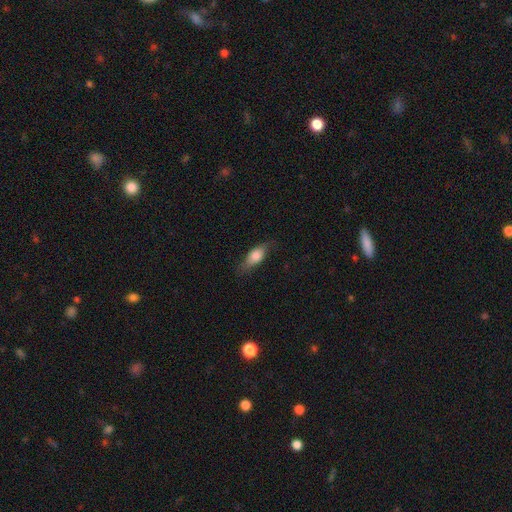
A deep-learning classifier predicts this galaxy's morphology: Smooth or featured?
  - smooth: 73% *
  - featured or disk: 20%
  - star or artifact: 7%
How rounded?
  - in between: 74% *
  - cigar-shaped: 21%
  - round: 5%
Merging?
  - none: 70% *
  - minor disturbance: 22%
  - major disturbance: 6%
  - merger: 1%